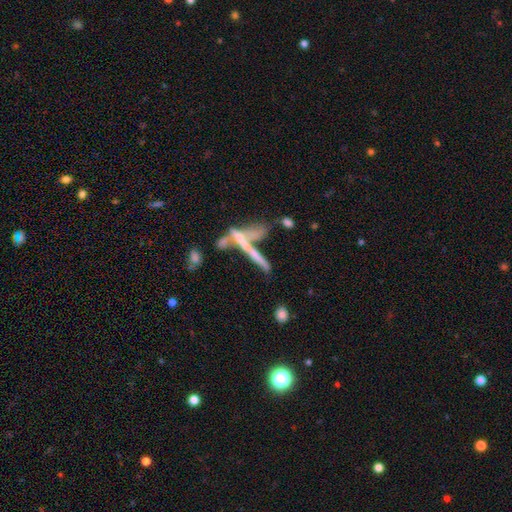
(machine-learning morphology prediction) This appears to be a featured or disk galaxy (46%). Merging: merger (48%).